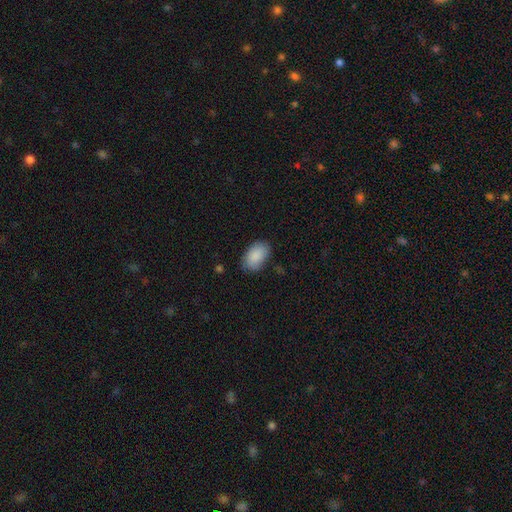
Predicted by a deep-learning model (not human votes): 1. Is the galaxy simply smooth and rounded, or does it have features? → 89% smooth, 6% star or artifact, 5% featured or disk.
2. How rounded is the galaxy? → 93% in between, 6% round, 1% cigar-shaped.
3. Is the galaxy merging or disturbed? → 80% none, 15% minor disturbance, 3% major disturbance, 1% merger.